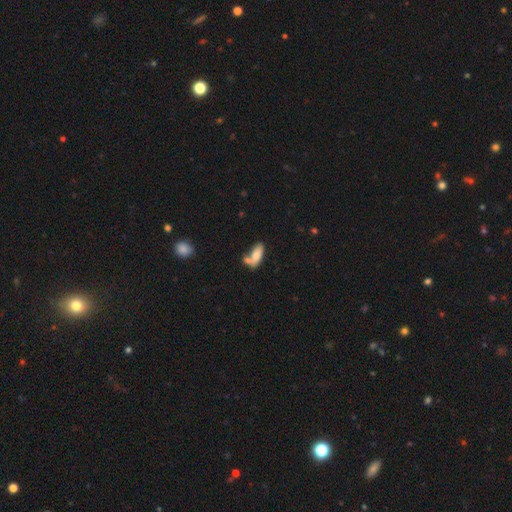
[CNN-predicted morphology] Overall: smooth (74%). How rounded: in between (80%). Merging: merger (40%; none 36%).